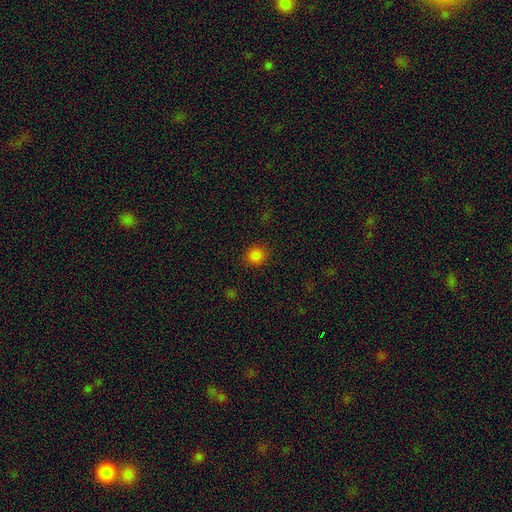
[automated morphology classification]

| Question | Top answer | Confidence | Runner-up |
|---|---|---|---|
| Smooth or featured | smooth | 83% | star or artifact (14%) |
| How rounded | round | 87% | in between (12%) |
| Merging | none | 88% | minor disturbance (8%) |